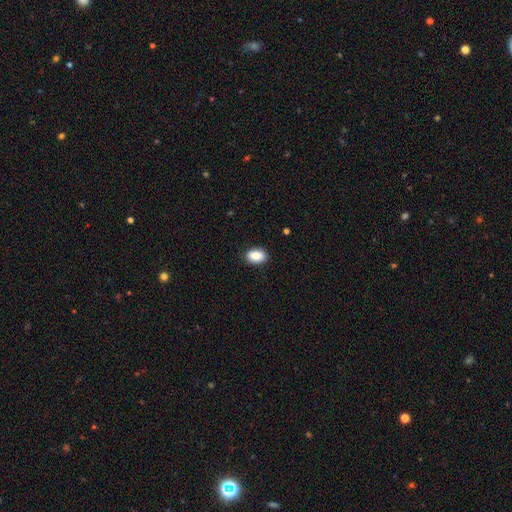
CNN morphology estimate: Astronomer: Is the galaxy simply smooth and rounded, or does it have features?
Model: smooth — 87%.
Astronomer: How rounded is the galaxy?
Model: in between — 87%.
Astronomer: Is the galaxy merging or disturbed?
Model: none — 89%.